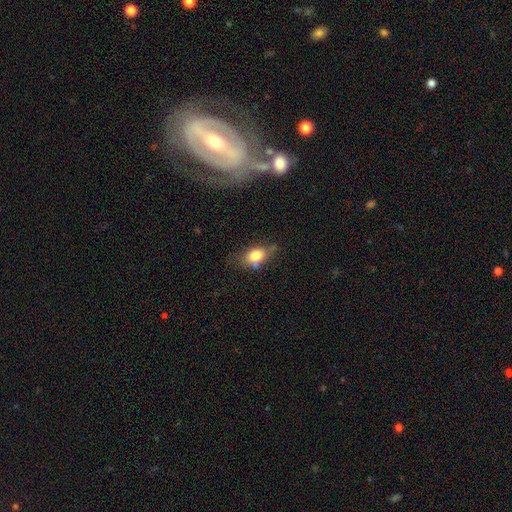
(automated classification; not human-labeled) Smooth or featured? smooth (78%)
How rounded? in between (80%)
Merging? none (50%)